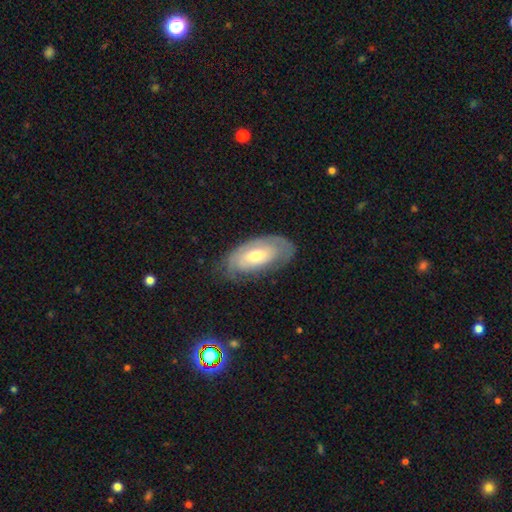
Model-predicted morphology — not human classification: This appears to be a featured or disk galaxy (54%). Merging: none (68%).